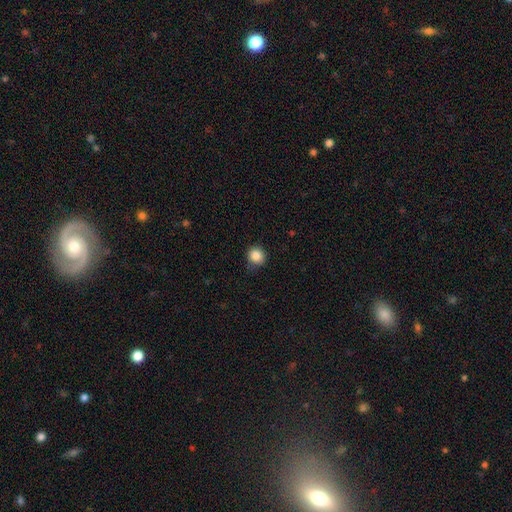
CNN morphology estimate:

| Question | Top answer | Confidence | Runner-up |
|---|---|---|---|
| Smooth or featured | smooth | 86% | star or artifact (10%) |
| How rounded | round | 90% | in between (9%) |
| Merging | none | 82% | minor disturbance (15%) |